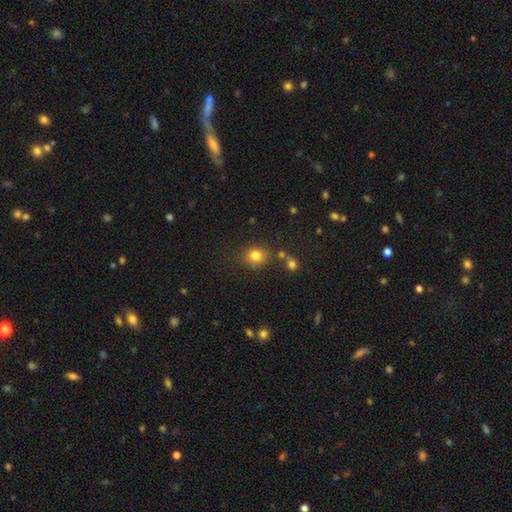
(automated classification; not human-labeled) This is clearly a smooth galaxy (80%). How rounded: likely round (74%). Merging: likely none (77%).